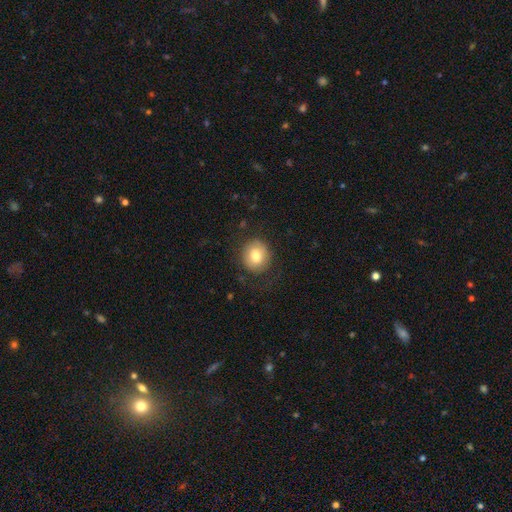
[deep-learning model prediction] This is likely a smooth galaxy (76%). How rounded: clearly round (83%). Merging: likely none (78%).